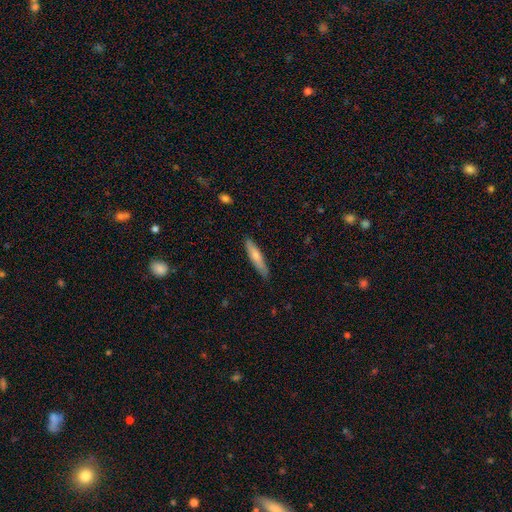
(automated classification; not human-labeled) This is likely a smooth galaxy (72%). How rounded: clearly cigar-shaped (86%). Merging: clearly none (85%).